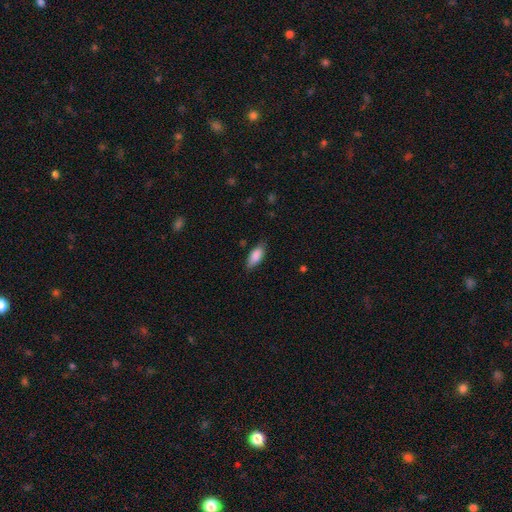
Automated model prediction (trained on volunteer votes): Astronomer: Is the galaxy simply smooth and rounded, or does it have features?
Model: smooth — 86%.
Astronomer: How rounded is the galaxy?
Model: in between — 80%.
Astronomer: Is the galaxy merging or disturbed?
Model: none — 79%.